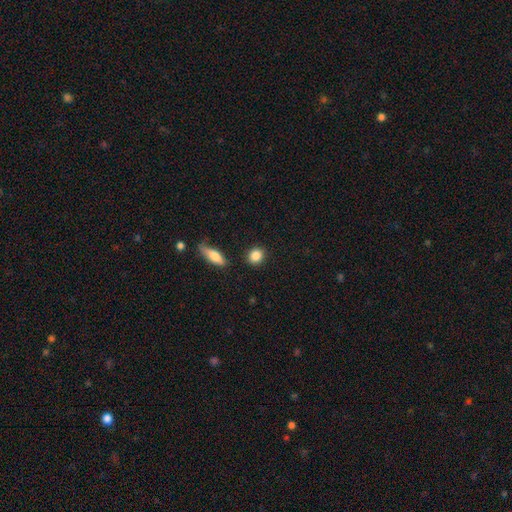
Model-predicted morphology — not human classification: Overall: smooth (87%). How rounded: round (75%). Merging: none (88%).